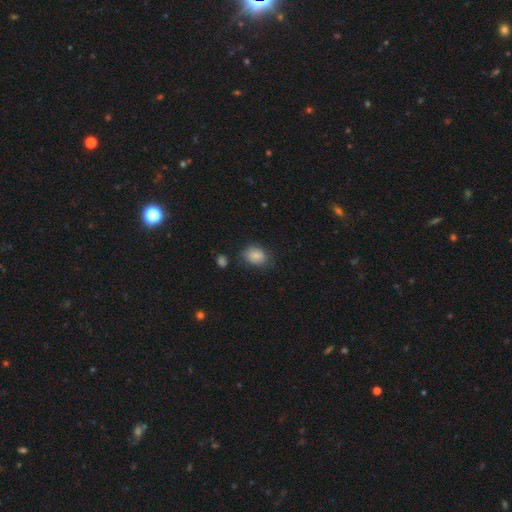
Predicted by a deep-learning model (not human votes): Smooth or featured? Predicted: smooth (p=0.83). How rounded? Predicted: in between (p=0.61). Merging? Predicted: none (p=0.69).